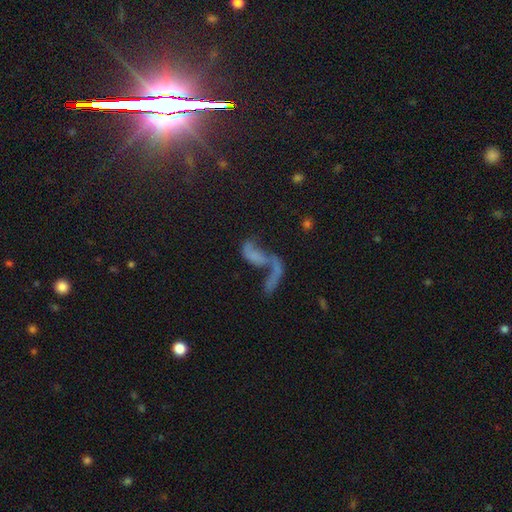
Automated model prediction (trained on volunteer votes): smooth-or-featured: featured or disk: 54% | smooth: 29% | star or artifact: 18%
  disk-edge-on: no: 93% | yes: 7%
  merging: merger: 48% | major disturbance: 25% | none: 19% | minor disturbance: 9%